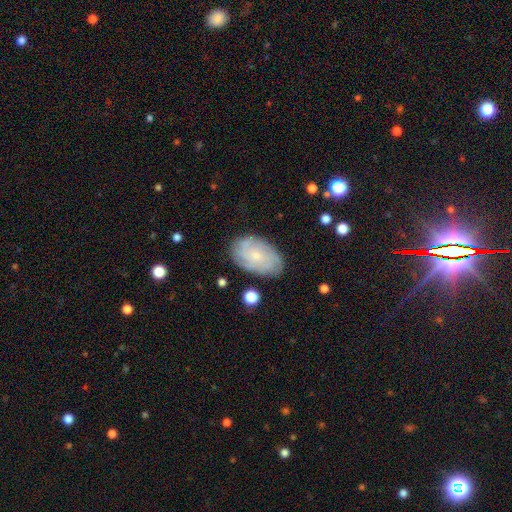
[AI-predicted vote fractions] Smooth or featured?
  - featured or disk: 62% *
  - smooth: 30%
  - star or artifact: 8%
Edge-on disk?
  - no: 96% *
  - yes: 4%
Bar?
  - no: 80% *
  - weak: 18%
  - strong: 2%
Spiral arms?
  - yes: 89% *
  - no: 11%
Spiral winding?
  - tight: 63% *
  - medium: 28%
  - loose: 9%
Spiral arm count?
  - can't tell: 46% *
  - 4: 17%
  - 3: 14%
  - 2: 10%
  - more than 4: 8%
  - 1: 5%
Bulge size?
  - small: 71% *
  - moderate: 23%
  - none: 4%
  - large: 2%
  - dominant: 1%
Merging?
  - none: 80% *
  - minor disturbance: 15%
  - major disturbance: 4%
  - merger: 1%